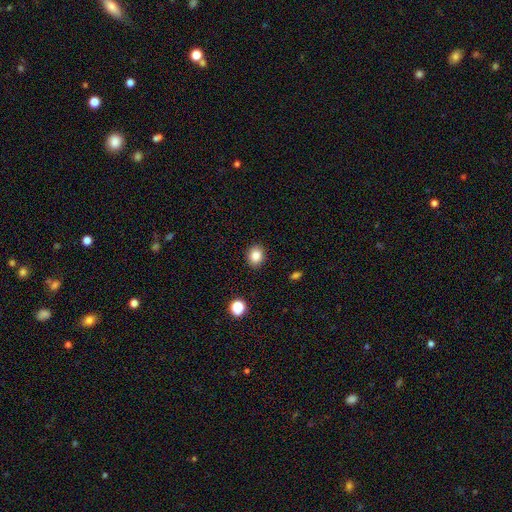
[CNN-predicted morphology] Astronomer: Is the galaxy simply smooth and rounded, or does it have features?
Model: smooth — 85%.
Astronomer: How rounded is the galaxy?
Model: round — 53% (runner-up: in between, 46%).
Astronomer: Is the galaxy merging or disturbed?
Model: none — 90%.